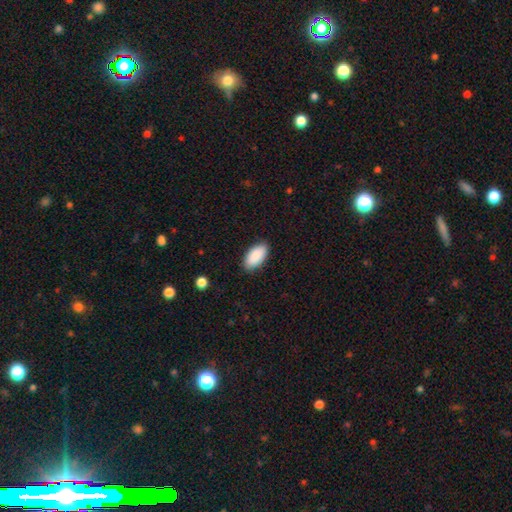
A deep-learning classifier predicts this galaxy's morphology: Smooth or featured?
  - smooth: 90% *
  - star or artifact: 6%
  - featured or disk: 4%
How rounded?
  - in between: 95% *
  - cigar-shaped: 3%
  - round: 2%
Merging?
  - none: 87% *
  - minor disturbance: 10%
  - major disturbance: 2%
  - merger: 1%